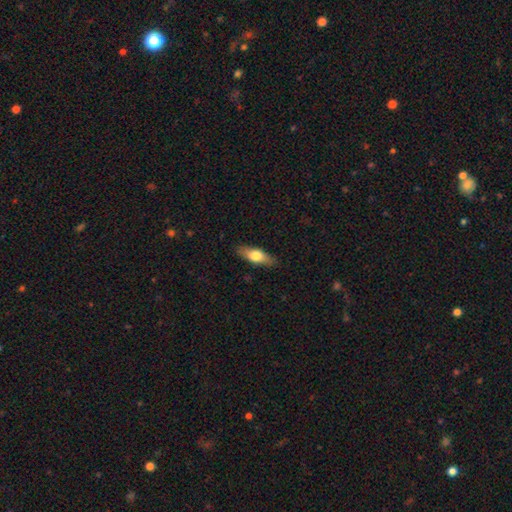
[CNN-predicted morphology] smooth-or-featured: smooth: 64% | featured or disk: 30% | star or artifact: 6%
  how-rounded: in between: 62% | cigar-shaped: 35% | round: 3%
  merging: none: 87% | minor disturbance: 10% | major disturbance: 2% | merger: 1%